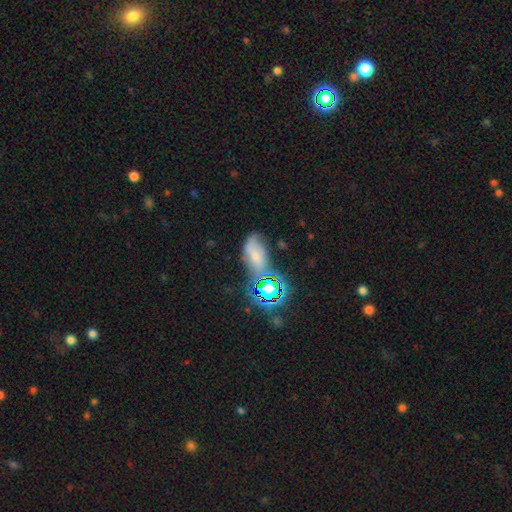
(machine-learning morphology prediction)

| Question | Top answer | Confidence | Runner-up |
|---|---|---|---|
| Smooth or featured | smooth | 48% | star or artifact (29%) |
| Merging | none | 44% | minor disturbance (27%) |